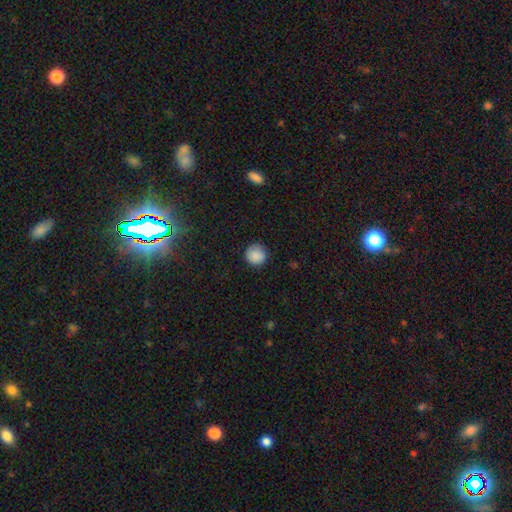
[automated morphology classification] This is clearly a smooth galaxy (86%). How rounded: clearly round (93%). Merging: clearly none (83%).